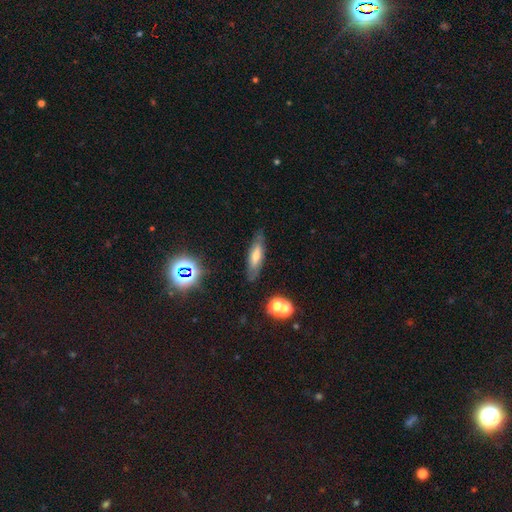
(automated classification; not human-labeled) smooth_or_featured: smooth (p=0.51) [alt: featured or disk p=0.36]
how_rounded: cigar-shaped (p=0.59) [alt: in between p=0.38]
merging: none (p=0.79) [alt: minor disturbance p=0.15]